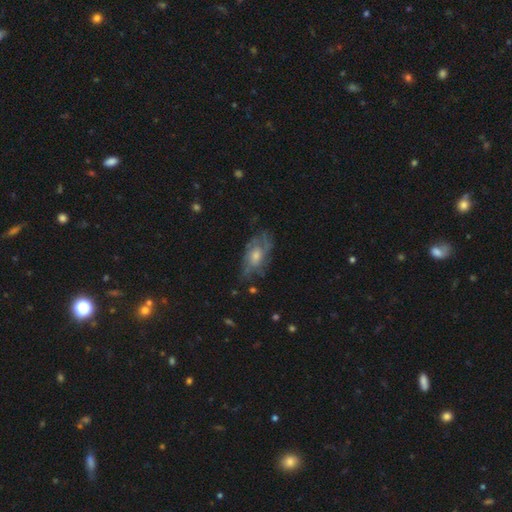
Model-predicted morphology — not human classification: type=featured or disk (61%); edge-on=no (90%); bar=no (77%); spiral arms=yes (67%); bulge=moderate (55%); merging=none (61%).